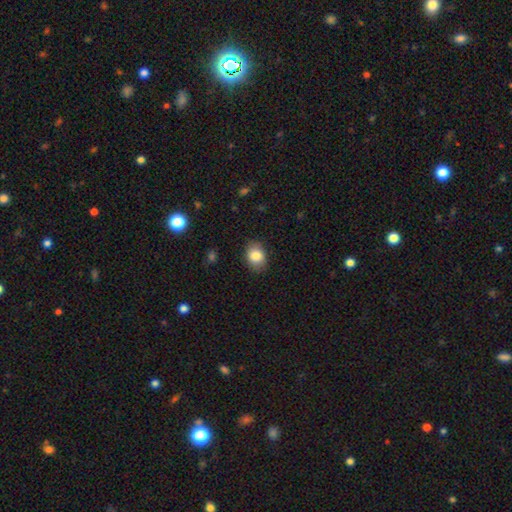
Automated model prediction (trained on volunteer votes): This is clearly a smooth galaxy (85%). How rounded: likely in between (66%). Merging: clearly none (86%).